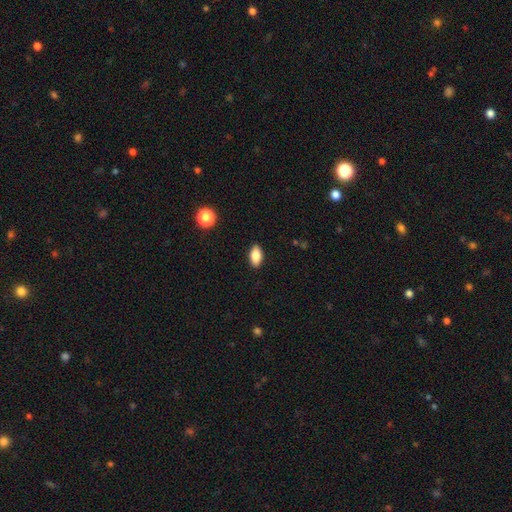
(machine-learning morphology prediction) Q: Smooth or featured?
A: smooth (81%); runner-up: featured or disk (11%)
Q: How rounded?
A: in between (89%); runner-up: cigar-shaped (6%)
Q: Merging?
A: none (89%); runner-up: minor disturbance (8%)